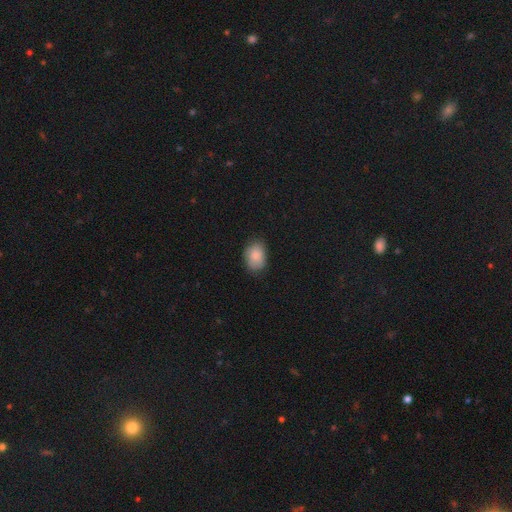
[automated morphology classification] This appears to be a smooth galaxy with no disk features (85%) that is in between round and cigar-shaped (75%). Merging: none (75%).